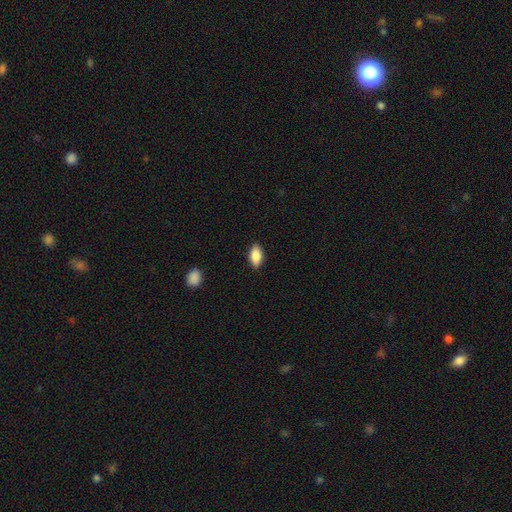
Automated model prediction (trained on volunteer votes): Smooth or featured: smooth — 86% (featured or disk — 7%)
How rounded: in between — 91% (cigar-shaped — 6%)
Merging: none — 88% (minor disturbance — 9%)